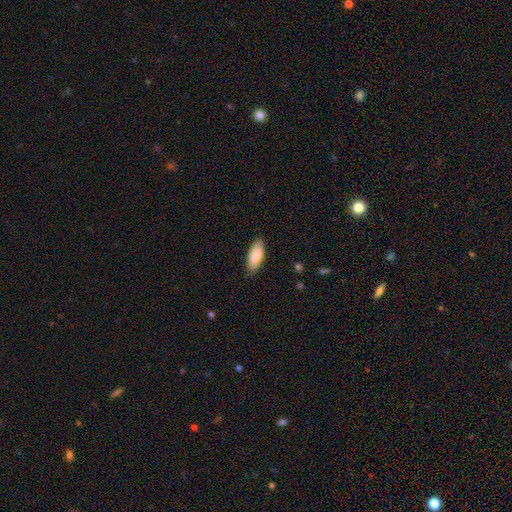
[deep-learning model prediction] This appears to be a smooth galaxy with no disk features (88%) that is in between round and cigar-shaped (80%). Merging: none (84%).